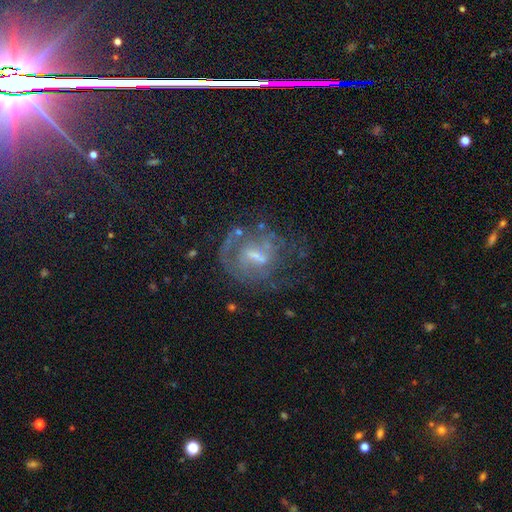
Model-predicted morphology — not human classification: The model was most divided on "bulge size": moderate: 39%, small: 36%, none: 17%, large: 6%, dominant: 1%. More confident: edge-on disk — no (95%); smooth or featured — featured or disk (72%); spiral arms — yes (71%); merging — none (51%); bar — weak (51%).